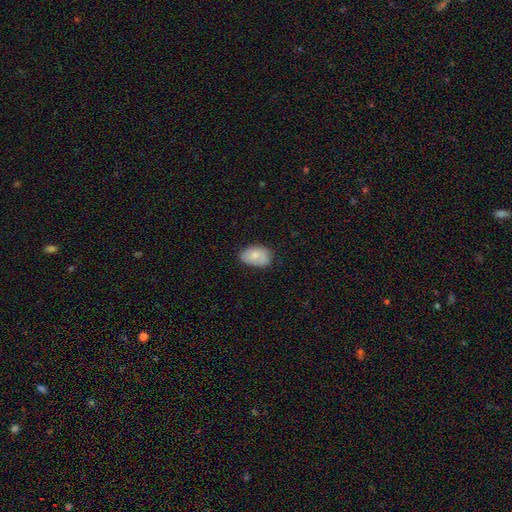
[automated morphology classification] Q: Smooth or featured?
A: smooth (79%); runner-up: featured or disk (14%)
Q: How rounded?
A: in between (89%); runner-up: round (10%)
Q: Merging?
A: none (71%); runner-up: minor disturbance (24%)